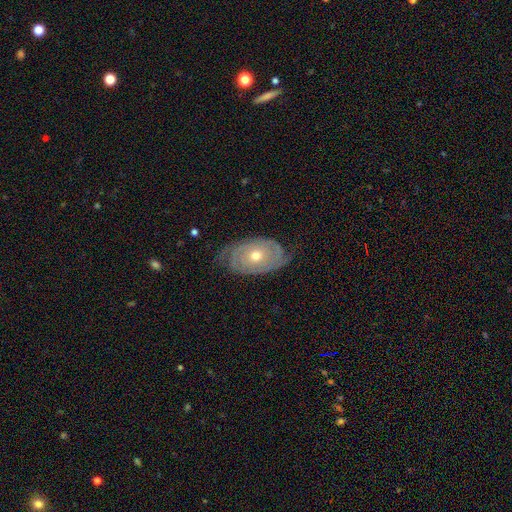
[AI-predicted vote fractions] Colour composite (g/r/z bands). It shows a featured or disk galaxy (82%) with no bar (82%), 2 (60%) tight (74%) spiral arms (91%) and a moderate central bulge (68%). Merging: none (77%).